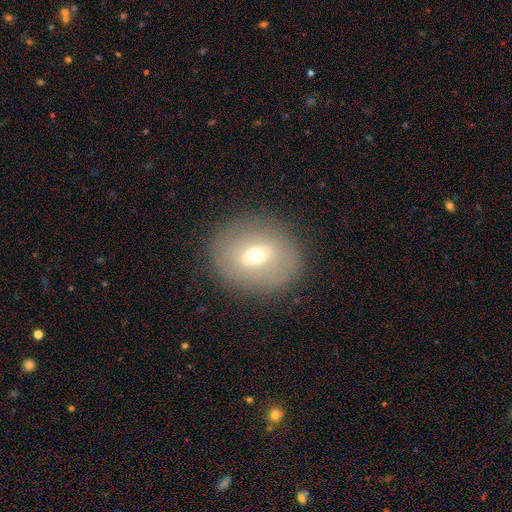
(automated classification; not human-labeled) Q: Smooth or featured?
A: smooth (50%); runner-up: featured or disk (39%)
Q: Merging?
A: none (85%); runner-up: minor disturbance (9%)